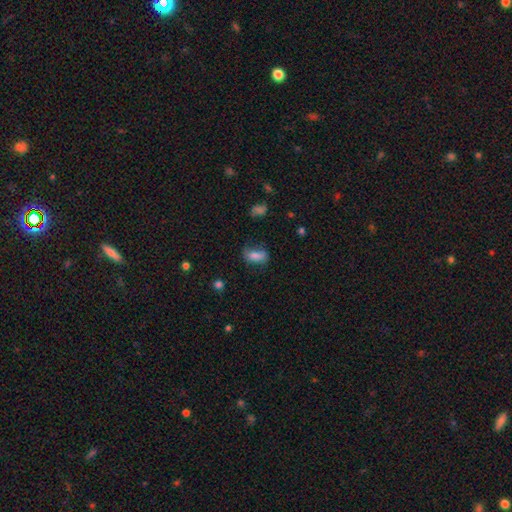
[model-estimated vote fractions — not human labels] Smooth or featured: smooth — 77% (featured or disk — 13%)
How rounded: in between — 86% (cigar-shaped — 8%)
Merging: none — 51% (minor disturbance — 30%)